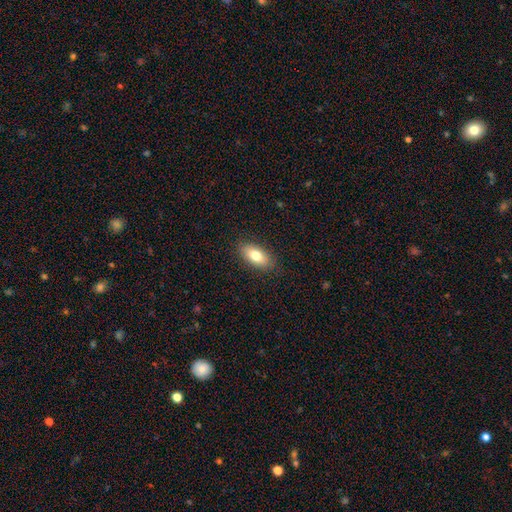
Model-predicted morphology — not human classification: smooth 78%, featured or disk 15%, star or artifact 7%. Down the decision tree: how rounded — in between (89%); merging — none (87%).